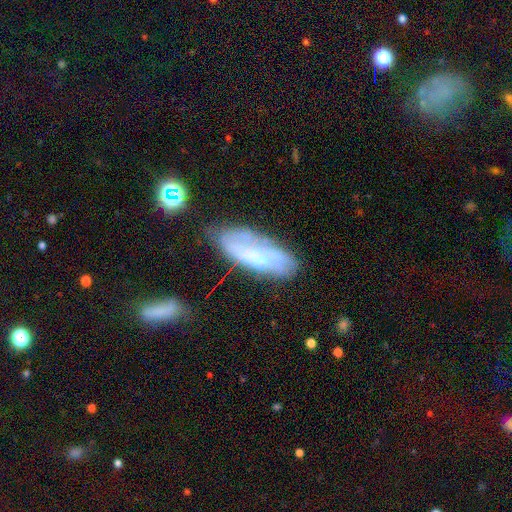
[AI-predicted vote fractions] Smooth or featured? featured or disk (54%)
Edge-on disk? no (86%)
Merging? none (50%)